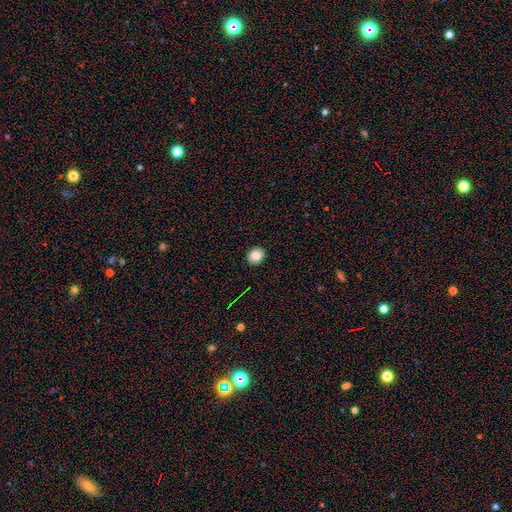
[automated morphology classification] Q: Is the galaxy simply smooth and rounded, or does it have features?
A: smooth — 83%.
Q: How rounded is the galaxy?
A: round — 75%.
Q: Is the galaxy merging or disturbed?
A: none — 91%.